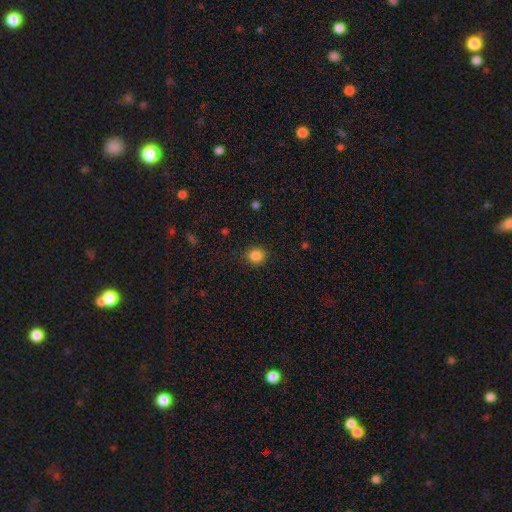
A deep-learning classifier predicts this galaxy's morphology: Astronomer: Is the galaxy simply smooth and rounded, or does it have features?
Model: smooth — 86%.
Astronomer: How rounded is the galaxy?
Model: round — 88%.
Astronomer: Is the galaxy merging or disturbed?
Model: none — 90%.